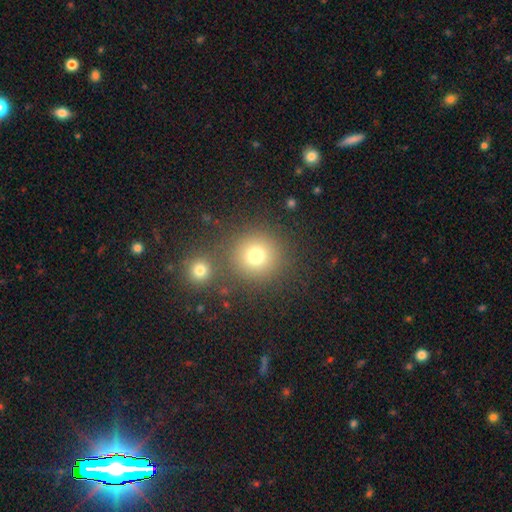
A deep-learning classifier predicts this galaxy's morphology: Smooth or featured?
  - smooth: 75% *
  - star or artifact: 16%
  - featured or disk: 9%
How rounded?
  - round: 93% *
  - in between: 6%
  - cigar-shaped: 1%
Merging?
  - none: 74% *
  - merger: 16%
  - minor disturbance: 7%
  - major disturbance: 3%